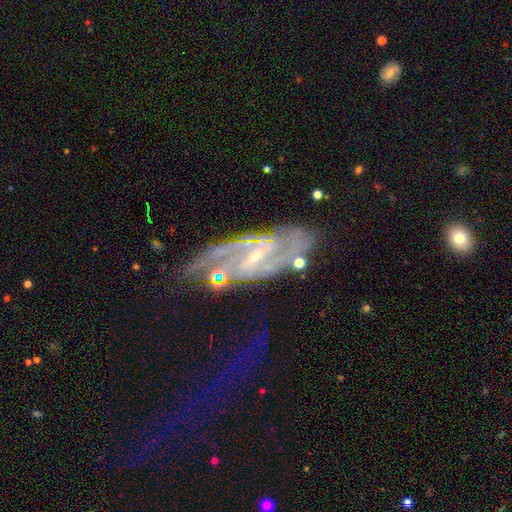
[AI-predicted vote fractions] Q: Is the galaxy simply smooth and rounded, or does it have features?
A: featured or disk — 87%.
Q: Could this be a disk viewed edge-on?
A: no — 93%.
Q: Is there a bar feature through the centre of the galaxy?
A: weak — 48%.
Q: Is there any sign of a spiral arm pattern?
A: yes — 95%.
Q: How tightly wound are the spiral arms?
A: medium — 45%.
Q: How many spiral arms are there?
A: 2 — 51%.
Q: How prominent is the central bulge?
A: small — 72%.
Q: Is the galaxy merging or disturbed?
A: none — 56%.